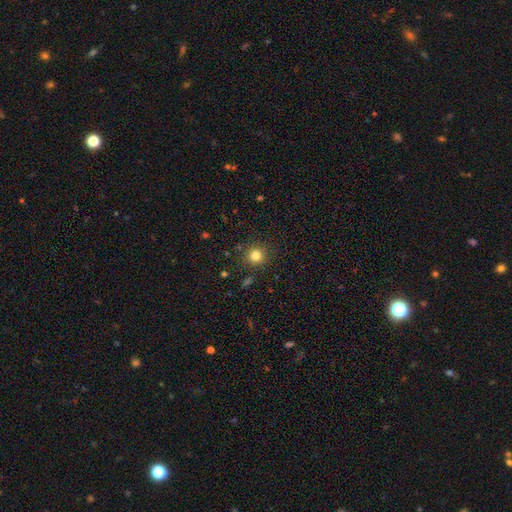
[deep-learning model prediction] Smooth or featured? Predicted: smooth (p=0.81). How rounded? Predicted: round (p=0.93). Merging? Predicted: none (p=0.88).